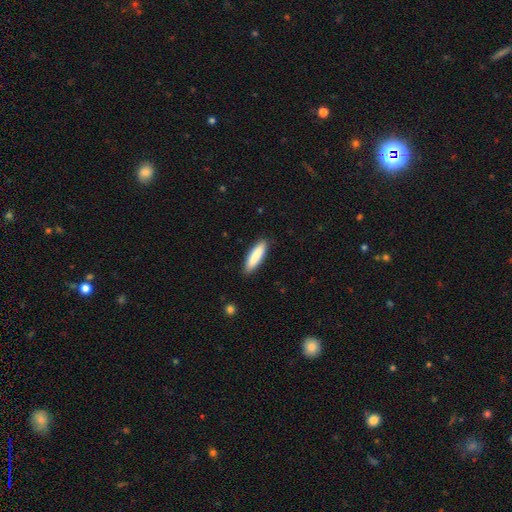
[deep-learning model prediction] Morphology: type=smooth (87%); roundness=cigar-shaped (66%); merging=none (88%).